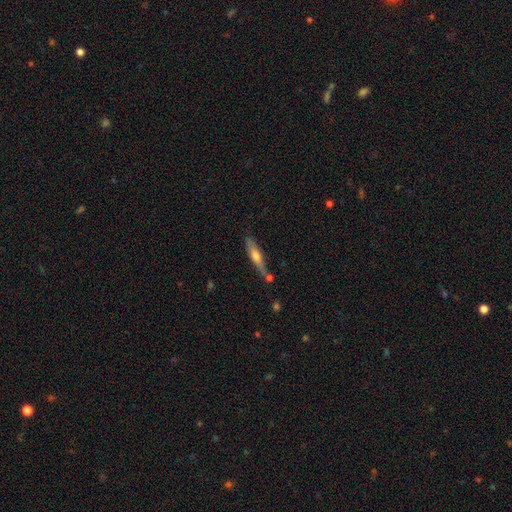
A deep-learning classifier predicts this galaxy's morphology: This is possibly a smooth galaxy (50%). Merging: likely none (67%).